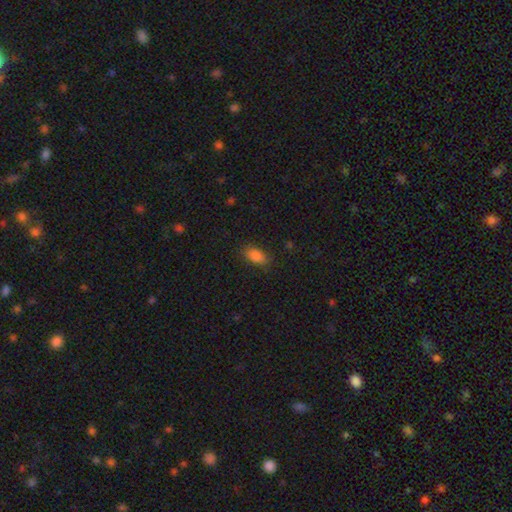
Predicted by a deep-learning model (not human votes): smooth_or_featured: smooth (p=0.86) [alt: star or artifact p=0.09]
how_rounded: in between (p=0.90) [alt: round p=0.07]
merging: none (p=0.83) [alt: minor disturbance p=0.12]